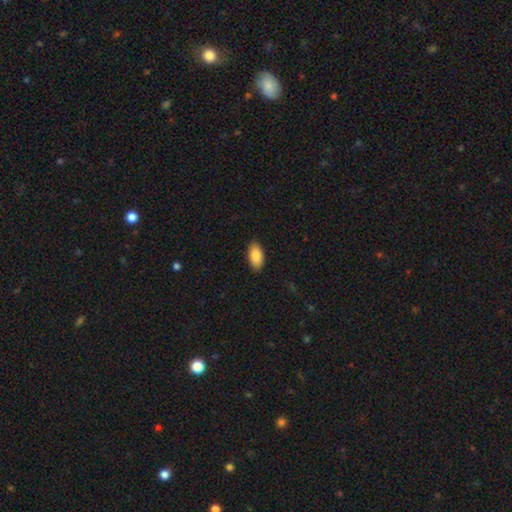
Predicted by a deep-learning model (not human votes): Morphology: type=smooth (88%); roundness=in between (94%); merging=none (88%).